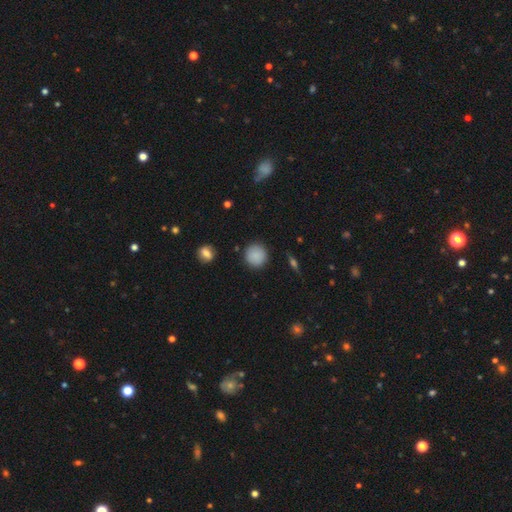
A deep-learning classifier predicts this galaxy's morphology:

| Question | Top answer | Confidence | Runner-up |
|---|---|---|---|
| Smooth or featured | smooth | 88% | star or artifact (8%) |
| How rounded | round | 94% | in between (5%) |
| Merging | none | 89% | minor disturbance (7%) |